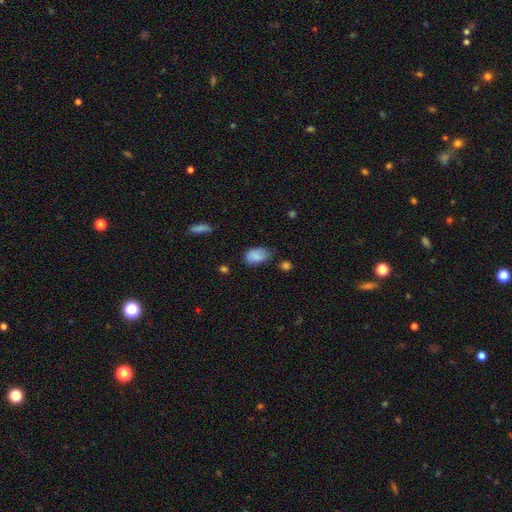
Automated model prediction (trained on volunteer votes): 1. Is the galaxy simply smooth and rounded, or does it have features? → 86% smooth, 8% star or artifact, 6% featured or disk.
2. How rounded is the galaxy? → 90% in between, 9% round, 2% cigar-shaped.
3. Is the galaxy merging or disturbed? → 60% none, 30% minor disturbance, 6% major disturbance, 3% merger.